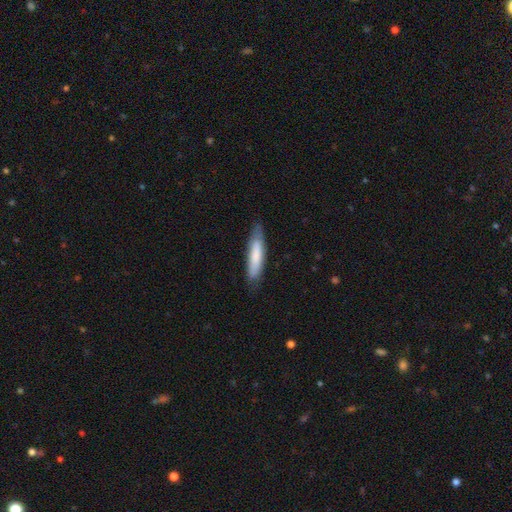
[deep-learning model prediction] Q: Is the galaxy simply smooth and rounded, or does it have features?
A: smooth — 75%.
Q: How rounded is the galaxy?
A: cigar-shaped — 79%.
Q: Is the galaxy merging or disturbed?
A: none — 76%.